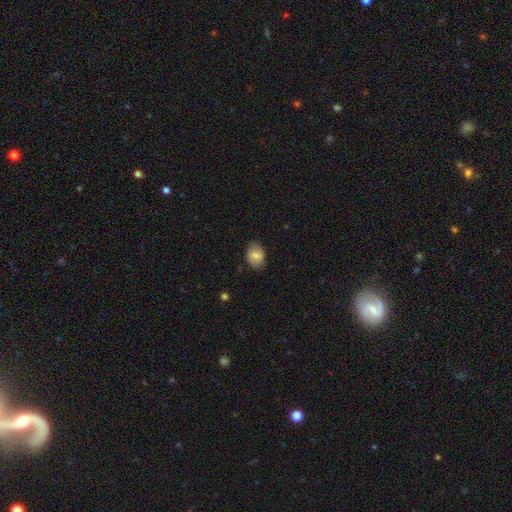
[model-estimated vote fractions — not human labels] Smooth or featured?
  - smooth: 75% *
  - featured or disk: 18%
  - star or artifact: 7%
How rounded?
  - in between: 75% *
  - round: 24%
  - cigar-shaped: 1%
Merging?
  - none: 78% *
  - minor disturbance: 17%
  - major disturbance: 4%
  - merger: 1%